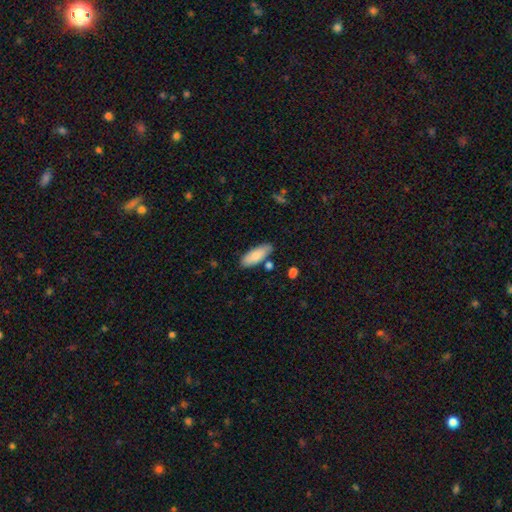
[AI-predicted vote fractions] smooth-or-featured: smooth: 83% | featured or disk: 11% | star or artifact: 6%
  how-rounded: in between: 73% | cigar-shaped: 26% | round: 2%
  merging: none: 80% | minor disturbance: 13% | merger: 5% | major disturbance: 3%